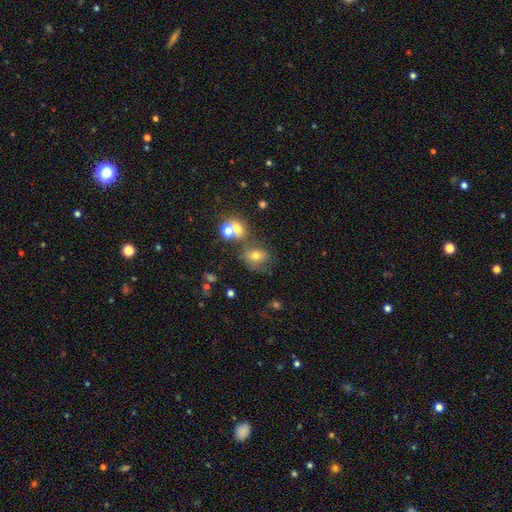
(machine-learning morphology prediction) This appears to be a smooth galaxy with no disk features (64%) that is round (54%). Merging: none (50%).